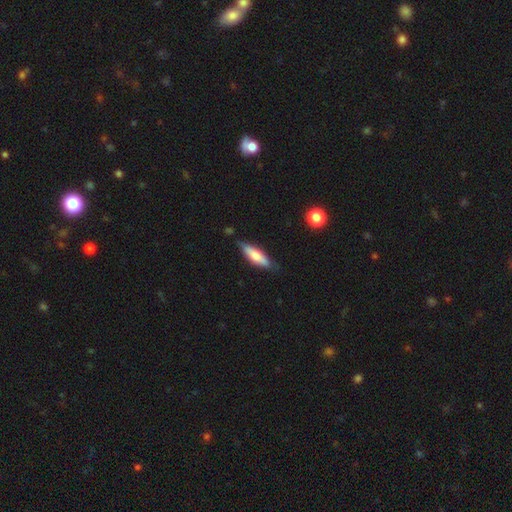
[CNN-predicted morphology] Smooth or featured? Predicted: smooth (p=0.62). How rounded? Predicted: cigar-shaped (p=0.59). Merging? Predicted: none (p=0.77).